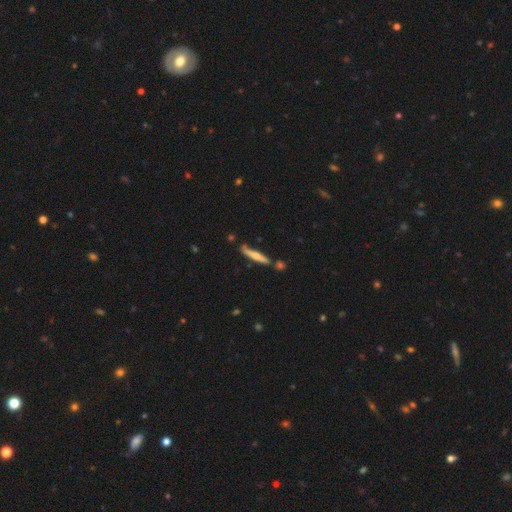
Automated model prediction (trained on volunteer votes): This is possibly a smooth galaxy (48%). Merging: likely none (74%).